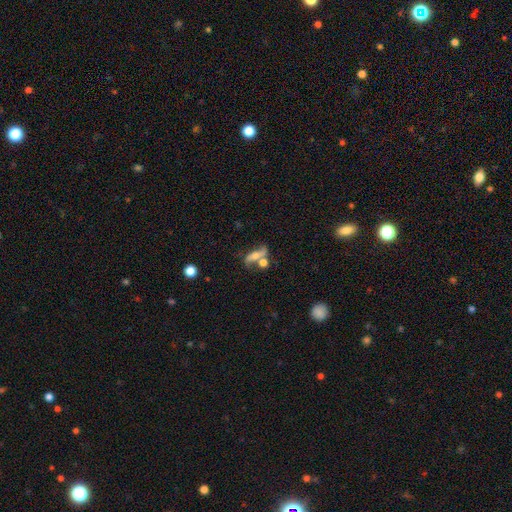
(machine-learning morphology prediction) smooth-or-featured: featured or disk: 51% | smooth: 37% | star or artifact: 11%
  disk-edge-on: no: 72% | yes: 28%
  merging: none: 42% | merger: 31% | minor disturbance: 16% | major disturbance: 11%